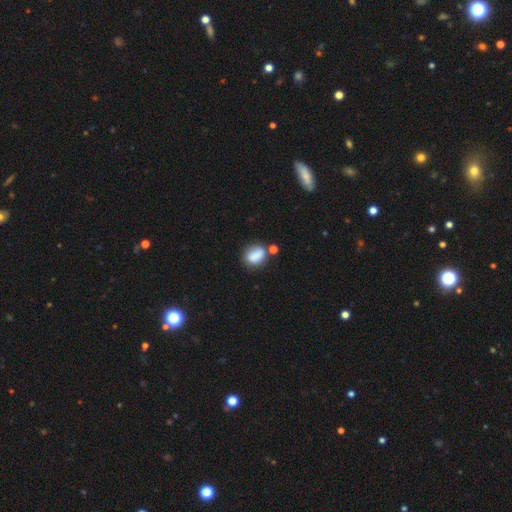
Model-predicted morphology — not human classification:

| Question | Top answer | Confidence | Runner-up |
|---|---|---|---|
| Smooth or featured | smooth | 83% | star or artifact (9%) |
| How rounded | in between | 64% | round (34%) |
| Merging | none | 58% | minor disturbance (20%) |